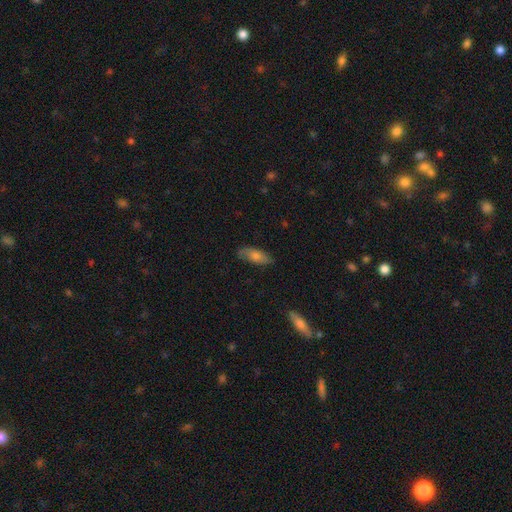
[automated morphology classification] smooth 68%, featured or disk 24%, star or artifact 7%. Down the decision tree: how rounded — in between (69%); merging — none (80%).